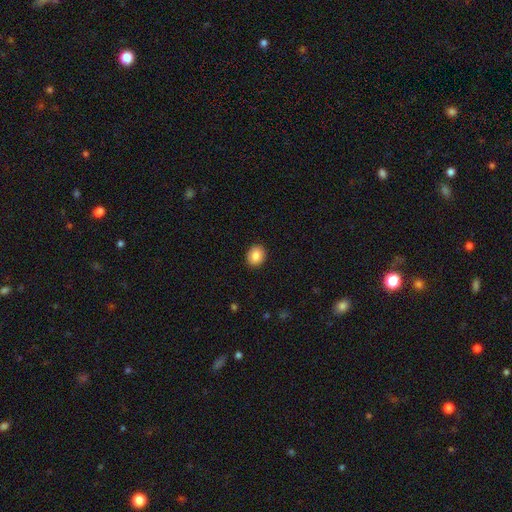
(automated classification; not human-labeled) Smooth or featured: smooth — 85% (star or artifact — 8%)
How rounded: round — 62% (in between — 37%)
Merging: none — 91% (minor disturbance — 6%)